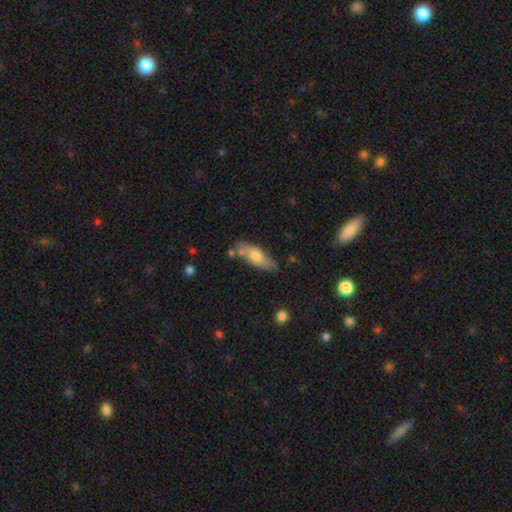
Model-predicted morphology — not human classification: Overall: smooth (69%). How rounded: in between (64%; cigar-shaped 33%). Merging: none (70%).